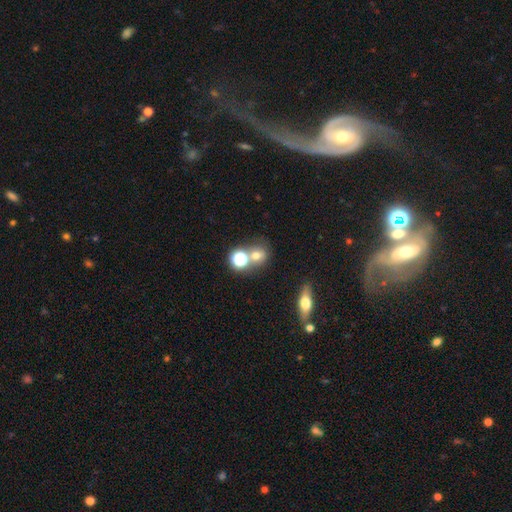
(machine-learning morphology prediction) Overall: smooth (65%). How rounded: round (70%). Merging: none (53%; merger 33%).